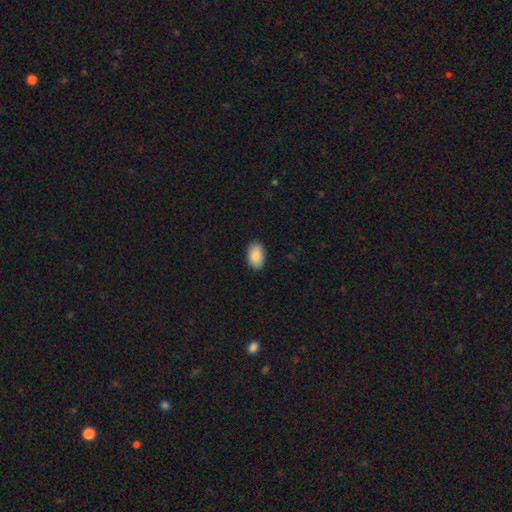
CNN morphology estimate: Smooth or featured: smooth — 89% (star or artifact — 7%)
How rounded: in between — 92% (round — 7%)
Merging: none — 89% (minor disturbance — 8%)